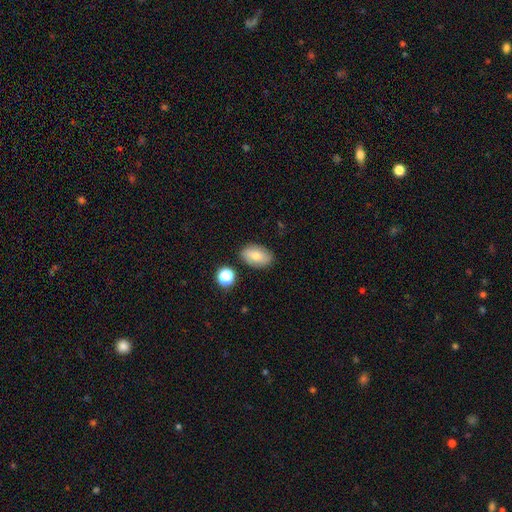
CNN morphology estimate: Smooth or featured? Predicted: smooth (p=0.72). How rounded? Predicted: in between (p=0.89). Merging? Predicted: none (p=0.83).